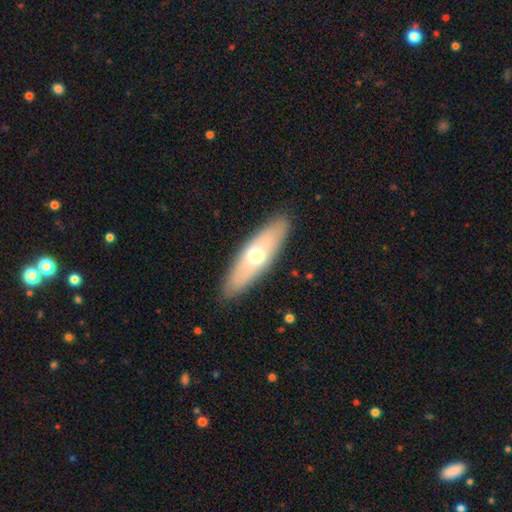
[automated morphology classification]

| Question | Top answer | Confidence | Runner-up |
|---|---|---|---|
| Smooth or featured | smooth | 55% | featured or disk (38%) |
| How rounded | cigar-shaped | 50% | in between (48%) |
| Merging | none | 88% | minor disturbance (9%) |